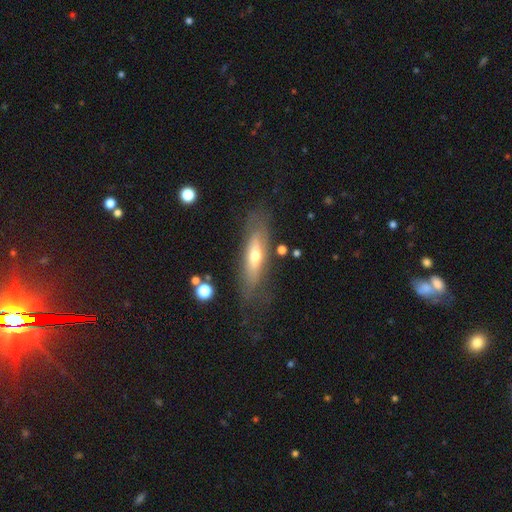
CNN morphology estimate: A featured or disk galaxy (53%) viewed edge-on (55%). Merging: none (71%).